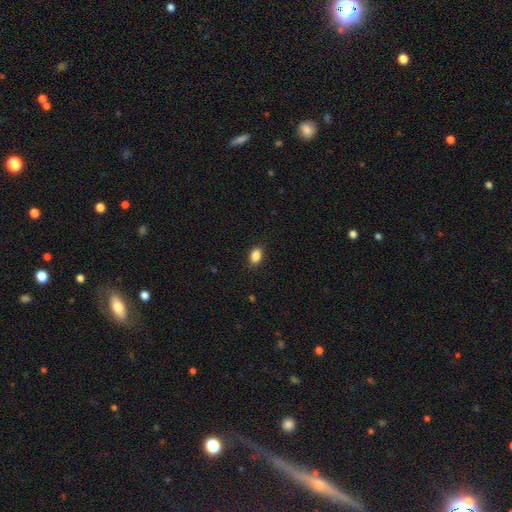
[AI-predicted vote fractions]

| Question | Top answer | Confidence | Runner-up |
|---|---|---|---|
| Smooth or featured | smooth | 88% | star or artifact (9%) |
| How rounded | in between | 82% | round (17%) |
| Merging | none | 87% | minor disturbance (9%) |